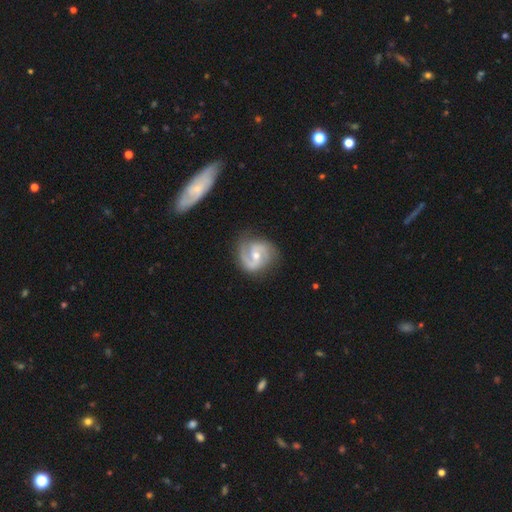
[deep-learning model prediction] smooth-or-featured: featured or disk: 89% | smooth: 6% | star or artifact: 4%
  disk-edge-on: no: 98% | yes: 2%
    bar: weak: 47% | no: 39% | strong: 15%
    has-spiral-arms: yes: 97% | no: 3%
      spiral-winding: medium: 55% | tight: 29% | loose: 16%
      spiral-arm-count: 2: 88% | 1: 4% | can't tell: 3% | 3: 3% | 4: 1% | more than 4: 1%
    bulge-size: moderate: 56% | small: 41% | large: 2% | none: 1% | dominant: 1%
  merging: none: 78% | minor disturbance: 16% | major disturbance: 5% | merger: 2%